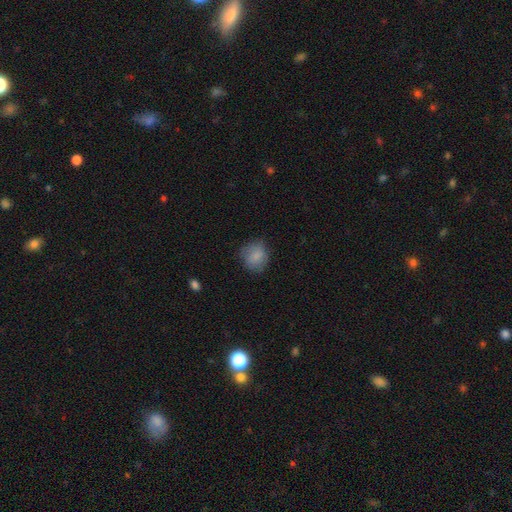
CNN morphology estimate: A smooth galaxy with no disk features (84%) that is round (75%). Merging: none (74%).